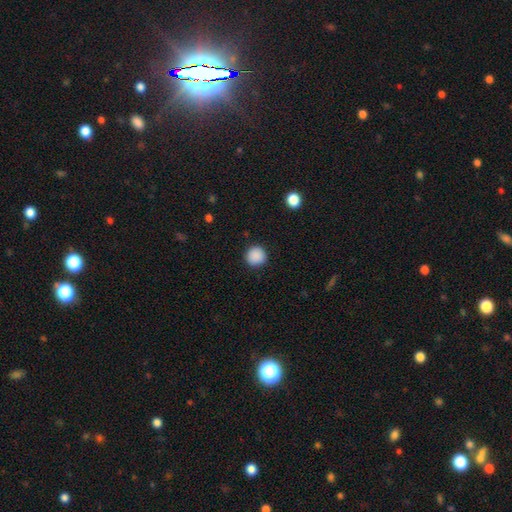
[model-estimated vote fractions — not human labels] Smooth or featured? Predicted: smooth (p=0.89). How rounded? Predicted: round (p=0.95). Merging? Predicted: none (p=0.91).